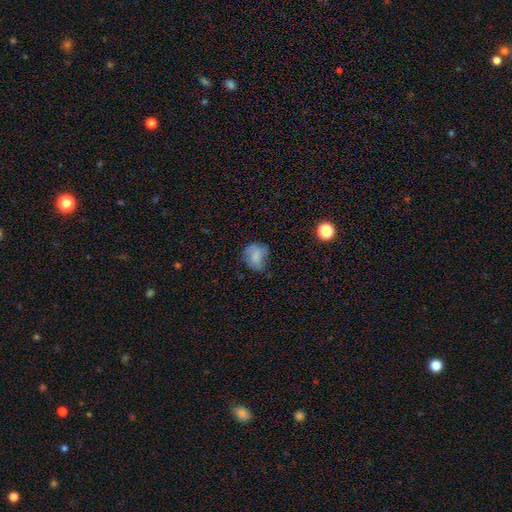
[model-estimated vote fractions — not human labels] Smooth or featured? smooth (70%)
How rounded? round (50%)
Merging? none (44%)